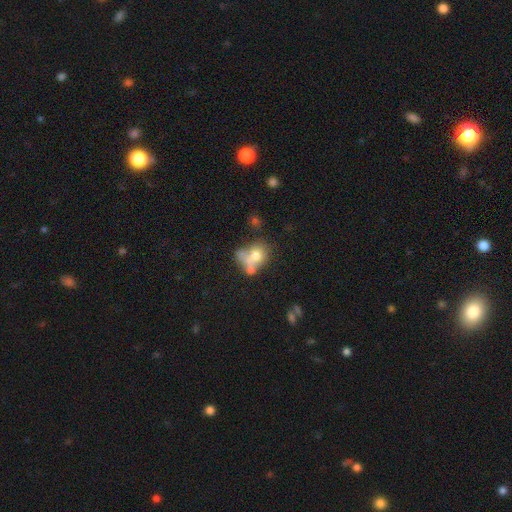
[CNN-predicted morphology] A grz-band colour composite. It shows a smooth galaxy with no disk features (60%) that is round (50%). Merging: merger (49%).